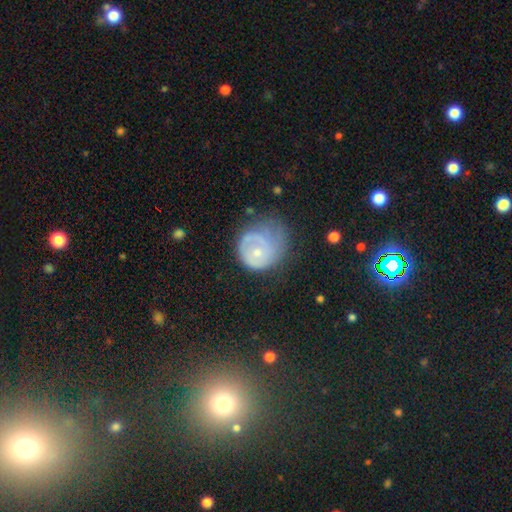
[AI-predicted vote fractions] Smooth or featured? Predicted: featured or disk (p=0.55). Edge-on disk? Predicted: no (p=0.97). Bar? Predicted: no (p=0.80). Spiral arms? Predicted: yes (p=0.65). Bulge size? Predicted: small (p=0.54). Merging? Predicted: major disturbance (p=0.36).